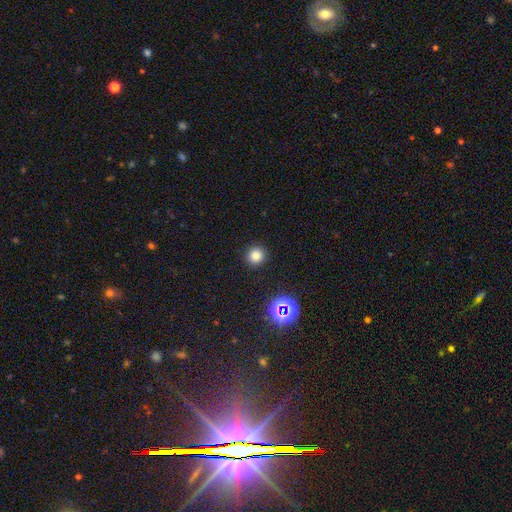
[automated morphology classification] Q: Smooth or featured?
A: smooth (78%); runner-up: star or artifact (17%)
Q: How rounded?
A: round (93%); runner-up: in between (6%)
Q: Merging?
A: none (92%); runner-up: minor disturbance (5%)